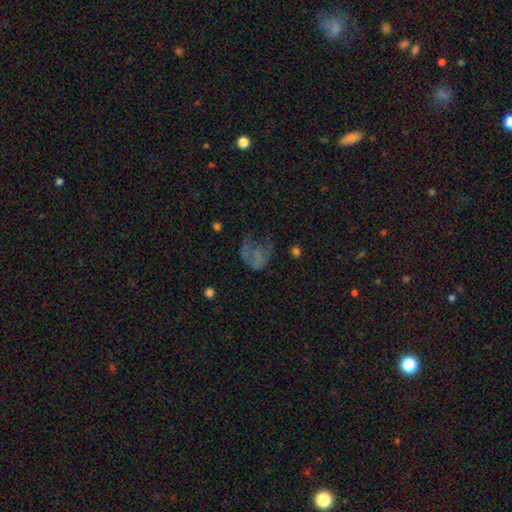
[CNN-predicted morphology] This appears to be a smooth galaxy with no disk features (43%). Merging: major disturbance (47%).